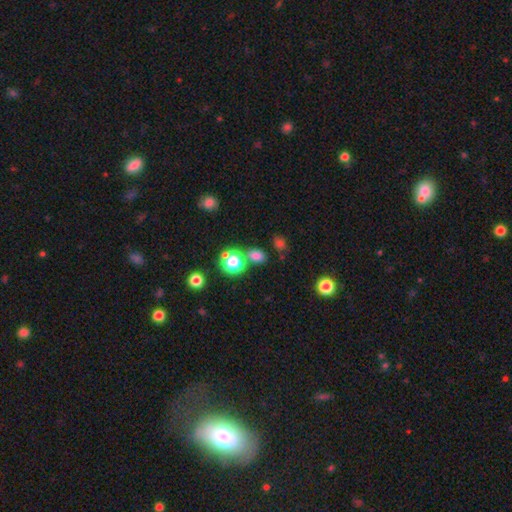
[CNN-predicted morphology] A smooth galaxy with no disk features (69%) that is in between round and cigar-shaped (54%).

Vote fractions:
- Smooth or featured? smooth: 69% / star or artifact: 25% / featured or disk: 6%
- How rounded? in between: 54% / round: 44% / cigar-shaped: 1%
- Merging? none: 72% / merger: 13% / minor disturbance: 11% / major disturbance: 4%